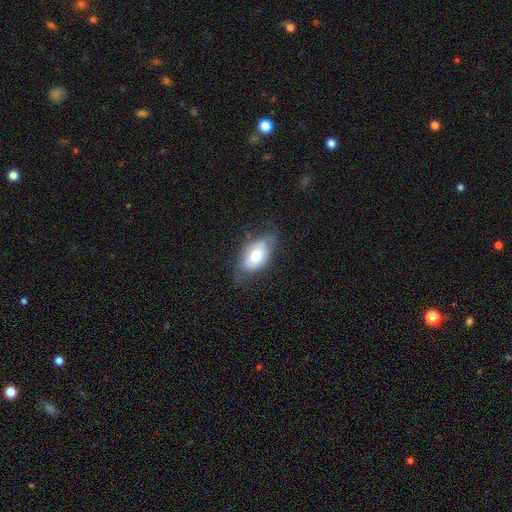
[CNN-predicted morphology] smooth-or-featured: smooth: 63% | featured or disk: 30% | star or artifact: 7%
  how-rounded: in between: 91% | round: 6% | cigar-shaped: 3%
  merging: none: 56% | minor disturbance: 31% | major disturbance: 12% | merger: 2%